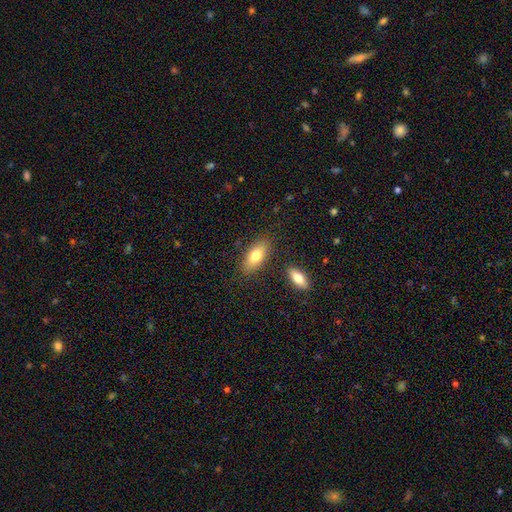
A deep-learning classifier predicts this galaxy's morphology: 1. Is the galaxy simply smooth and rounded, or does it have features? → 75% smooth, 18% featured or disk, 7% star or artifact.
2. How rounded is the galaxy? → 86% in between, 11% cigar-shaped, 4% round.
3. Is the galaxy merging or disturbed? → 81% none, 11% minor disturbance, 5% merger, 3% major disturbance.